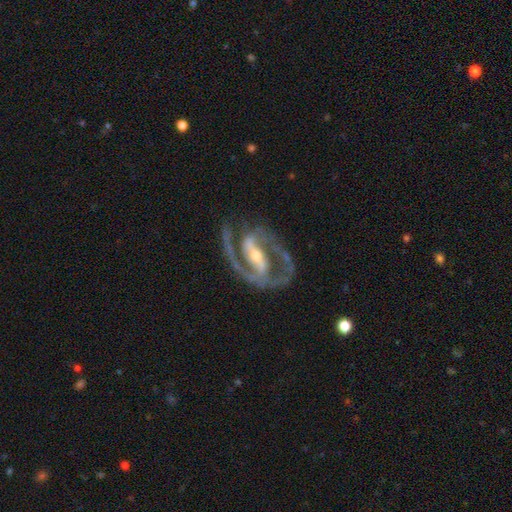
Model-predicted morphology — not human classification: Smooth or featured?
  - featured or disk: 92% *
  - star or artifact: 4%
  - smooth: 4%
Edge-on disk?
  - no: 96% *
  - yes: 4%
Bar?
  - strong: 67% *
  - weak: 23%
  - no: 10%
Spiral arms?
  - yes: 97% *
  - no: 3%
Spiral winding?
  - medium: 57% *
  - tight: 31%
  - loose: 12%
Spiral arm count?
  - 2: 90% *
  - 1: 3%
  - 3: 2%
  - can't tell: 2%
  - 4: 1%
  - more than 4: 1%
Bulge size?
  - small: 50% *
  - moderate: 45%
  - large: 3%
  - none: 1%
  - dominant: 1%
Merging?
  - none: 72% *
  - minor disturbance: 15%
  - major disturbance: 11%
  - merger: 2%